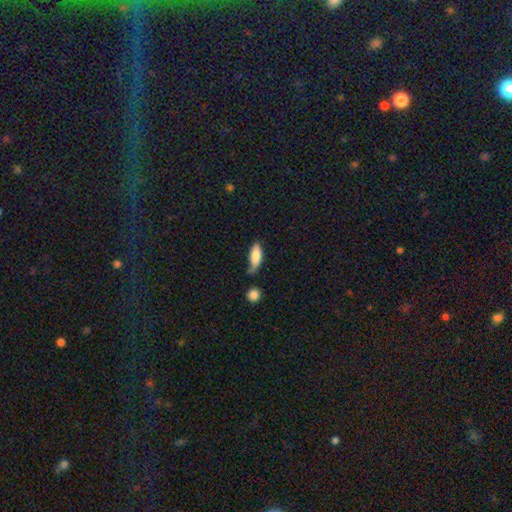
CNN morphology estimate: Smooth or featured? Predicted: smooth (p=0.80). How rounded? Predicted: in between (p=0.74). Merging? Predicted: none (p=0.45).